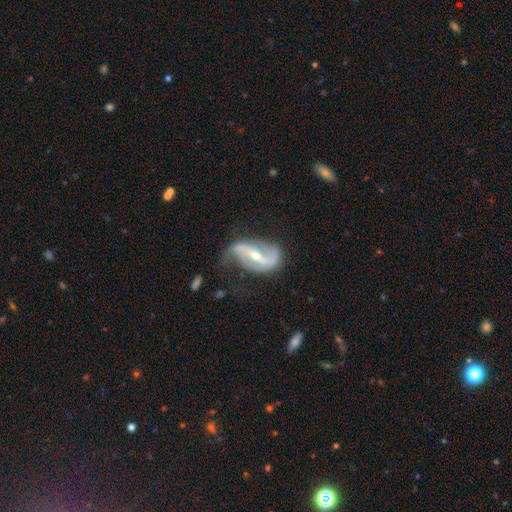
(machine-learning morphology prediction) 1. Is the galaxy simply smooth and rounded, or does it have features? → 87% featured or disk, 8% smooth, 5% star or artifact.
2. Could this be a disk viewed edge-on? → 95% no, 5% yes.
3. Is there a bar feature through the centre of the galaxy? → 58% strong, 28% weak, 14% no.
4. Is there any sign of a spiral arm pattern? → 93% yes, 7% no.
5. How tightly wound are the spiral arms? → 67% loose, 25% medium, 9% tight.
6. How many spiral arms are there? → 87% 2, 6% 1, 4% can't tell, 1% 3, 1% 4, 1% more than 4.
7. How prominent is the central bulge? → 53% small, 44% moderate, 1% large, 1% none, 1% dominant.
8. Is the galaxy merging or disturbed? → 54% none, 27% minor disturbance, 17% major disturbance, 2% merger.